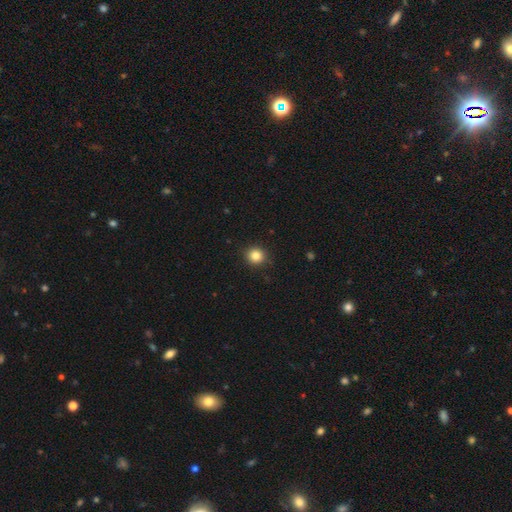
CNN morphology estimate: This is clearly a smooth galaxy (84%). How rounded: clearly round (90%). Merging: clearly none (91%).